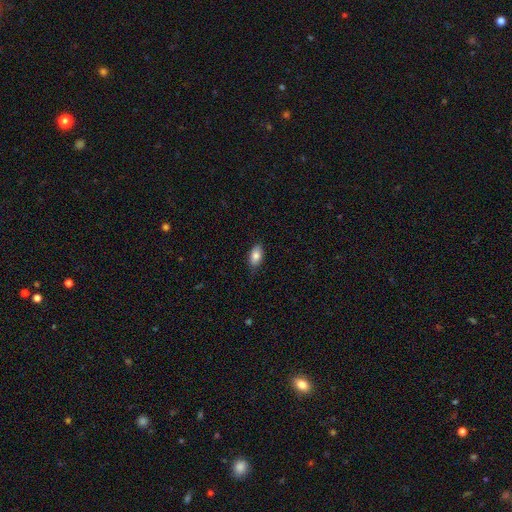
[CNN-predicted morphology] Overall: smooth (82%). How rounded: in between (91%). Merging: none (82%).